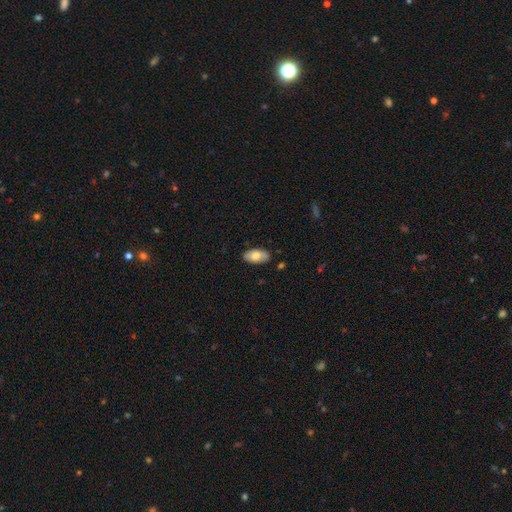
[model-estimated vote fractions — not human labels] Morphology: type=smooth (74%); roundness=in between (94%); merging=none (85%).